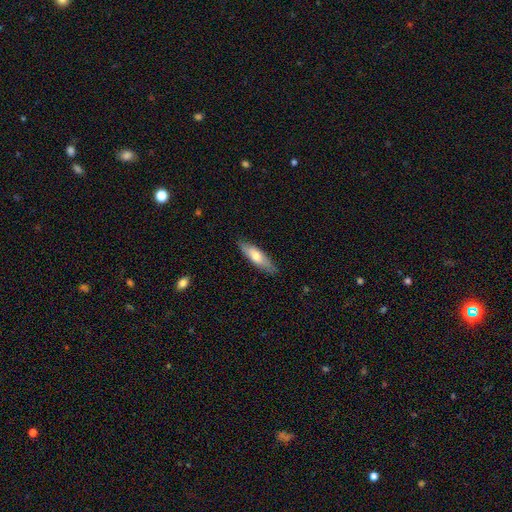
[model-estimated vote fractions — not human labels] Q: Smooth or featured?
A: smooth (63%); runner-up: featured or disk (31%)
Q: How rounded?
A: cigar-shaped (54%); runner-up: in between (45%)
Q: Merging?
A: none (83%); runner-up: minor disturbance (13%)